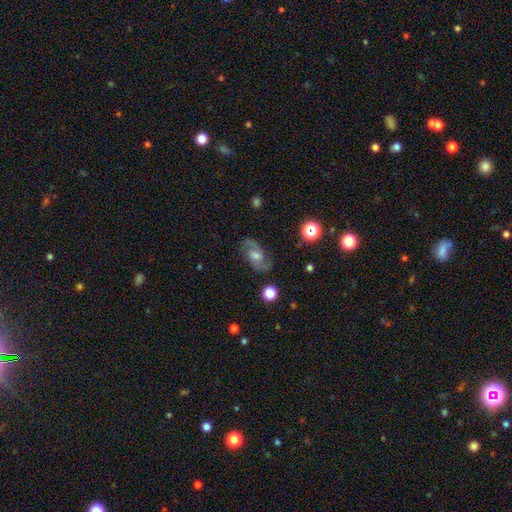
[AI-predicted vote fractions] Smooth or featured?
  - featured or disk: 79% *
  - smooth: 12%
  - star or artifact: 9%
Edge-on disk?
  - no: 96% *
  - yes: 4%
Bar?
  - no: 50% *
  - weak: 41%
  - strong: 8%
Spiral arms?
  - yes: 94% *
  - no: 6%
Spiral winding?
  - medium: 53% *
  - loose: 27%
  - tight: 20%
Spiral arm count?
  - 2: 91% *
  - can't tell: 4%
  - 1: 2%
  - 3: 1%
  - 4: 1%
  - more than 4: 1%
Bulge size?
  - moderate: 61% *
  - small: 25%
  - large: 9%
  - none: 4%
  - dominant: 1%
Merging?
  - none: 82% *
  - minor disturbance: 12%
  - major disturbance: 4%
  - merger: 1%